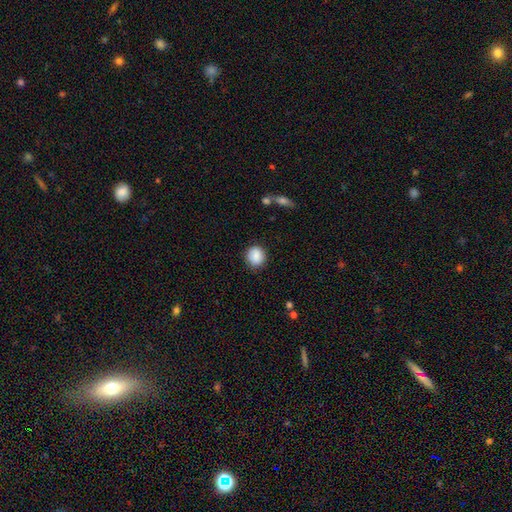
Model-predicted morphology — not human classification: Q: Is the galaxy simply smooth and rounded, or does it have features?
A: smooth — 87%.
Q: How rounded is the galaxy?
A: round — 81%.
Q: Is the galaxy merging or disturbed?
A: none — 86%.